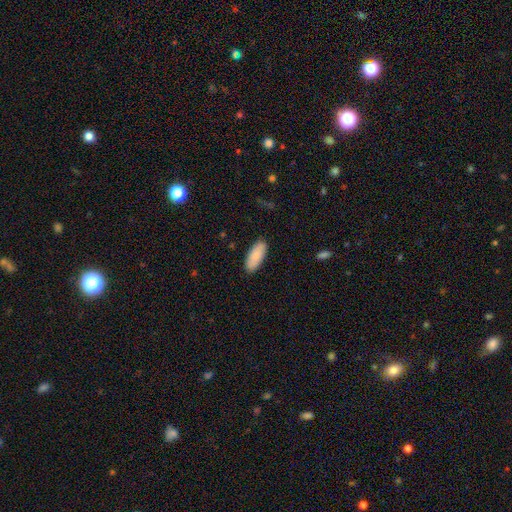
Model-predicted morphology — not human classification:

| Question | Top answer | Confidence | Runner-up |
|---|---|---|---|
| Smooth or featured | smooth | 89% | featured or disk (6%) |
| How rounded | in between | 80% | cigar-shaped (19%) |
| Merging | none | 88% | minor disturbance (9%) |